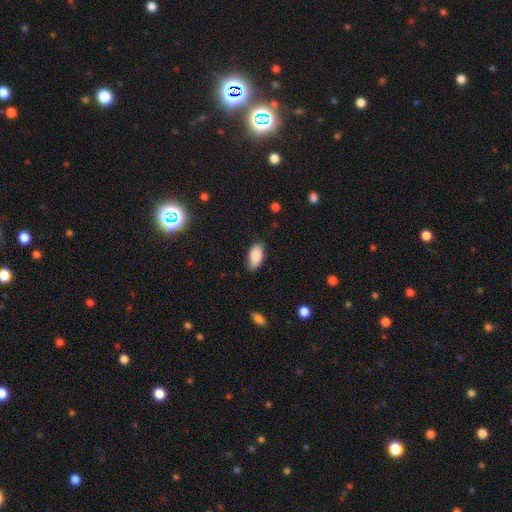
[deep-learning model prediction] smooth_or_featured: smooth (p=0.87) [alt: star or artifact p=0.07]
how_rounded: in between (p=0.93) [alt: cigar-shaped p=0.04]
merging: none (p=0.78) [alt: minor disturbance p=0.17]